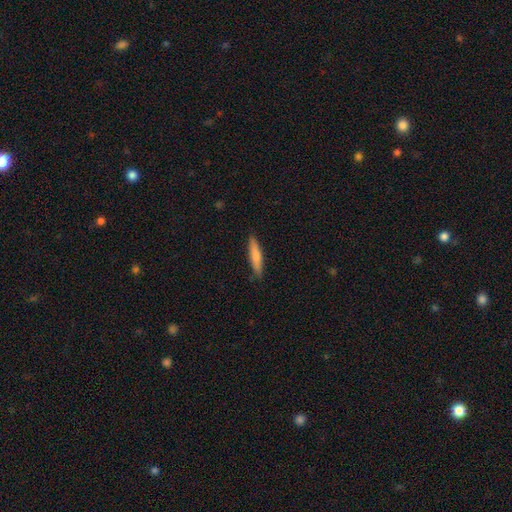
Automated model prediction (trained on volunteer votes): Smooth or featured? Predicted: smooth (p=0.75). How rounded? Predicted: cigar-shaped (p=0.88). Merging? Predicted: none (p=0.88).